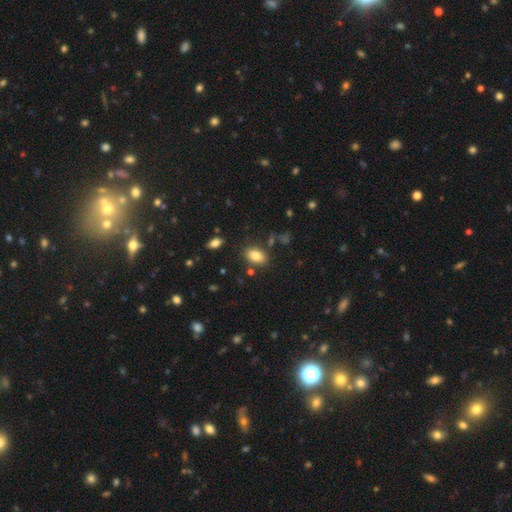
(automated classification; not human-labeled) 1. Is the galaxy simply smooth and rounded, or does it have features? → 82% smooth, 9% featured or disk, 9% star or artifact.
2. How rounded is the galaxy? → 88% in between, 10% round, 2% cigar-shaped.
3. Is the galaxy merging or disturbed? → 82% none, 11% minor disturbance, 4% merger, 3% major disturbance.